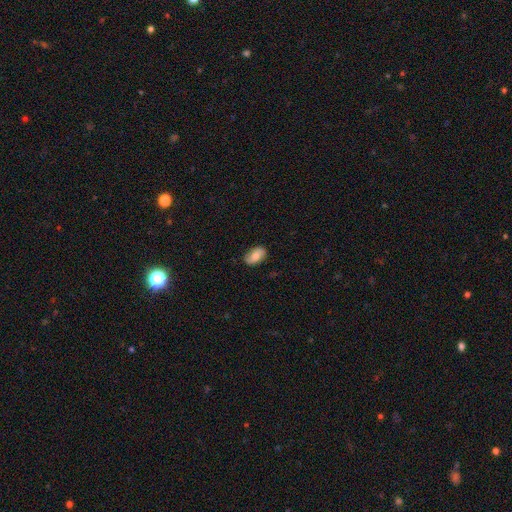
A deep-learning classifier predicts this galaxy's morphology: type=smooth (74%); roundness=in between (93%); merging=none (83%).